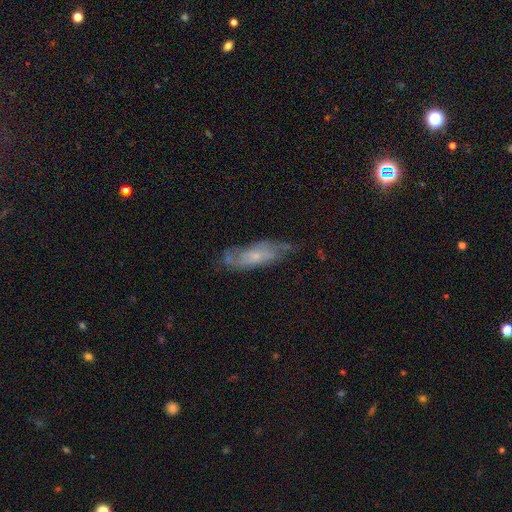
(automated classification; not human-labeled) A featured or disk galaxy (58%). Merging: none (57%).